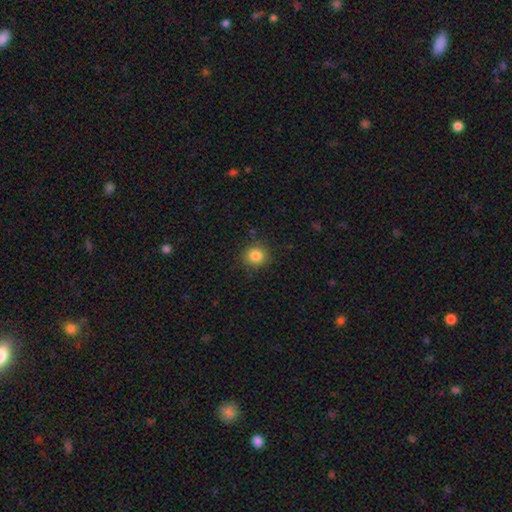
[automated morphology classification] Smooth or featured?
  - smooth: 84% *
  - star or artifact: 11%
  - featured or disk: 5%
How rounded?
  - round: 88% *
  - in between: 11%
  - cigar-shaped: 1%
Merging?
  - none: 87% *
  - minor disturbance: 9%
  - major disturbance: 3%
  - merger: 1%